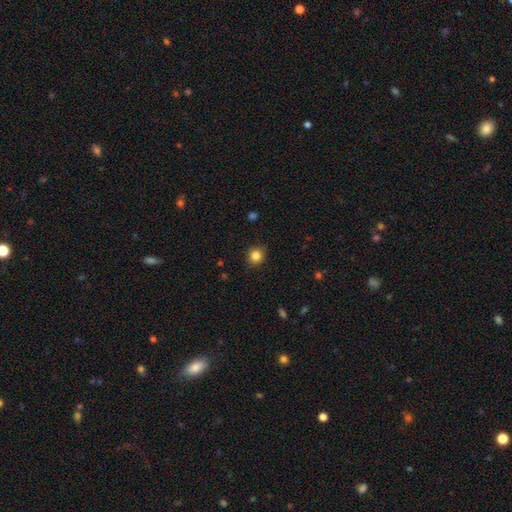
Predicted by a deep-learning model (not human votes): The model was most divided on "smooth or featured": smooth: 85%, star or artifact: 11%, featured or disk: 4%. More confident: how rounded — round (91%); merging — none (90%).